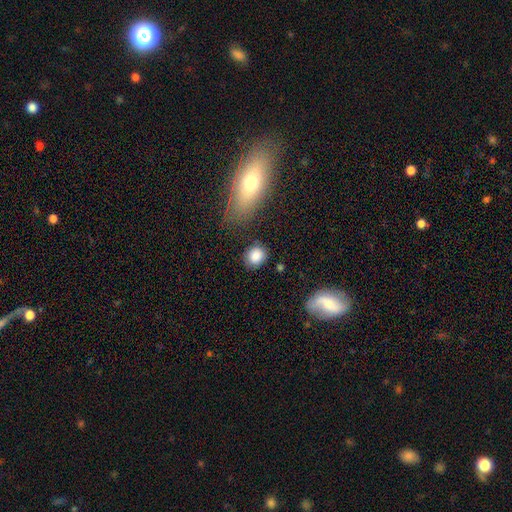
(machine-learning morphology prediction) Smooth or featured? Predicted: smooth (p=0.85). How rounded? Predicted: round (p=0.75). Merging? Predicted: none (p=0.79).